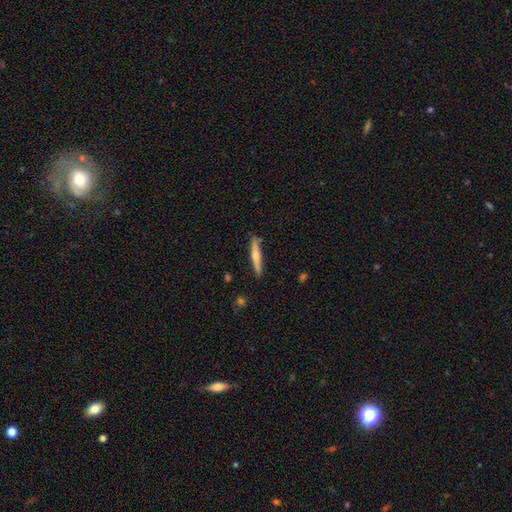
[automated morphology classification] Smooth or featured? Predicted: featured or disk (p=0.53). Edge-on disk? Predicted: yes (p=0.96). Edge-on bulge? Predicted: rounded (p=0.83). Merging? Predicted: none (p=0.88).